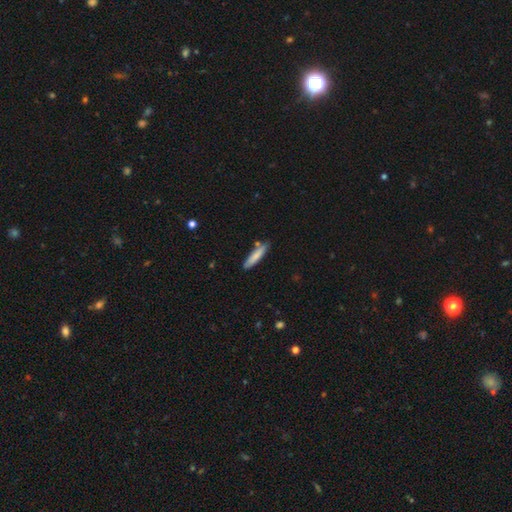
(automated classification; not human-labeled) Morphology: type=smooth (78%); roundness=cigar-shaped (85%); merging=none (81%).